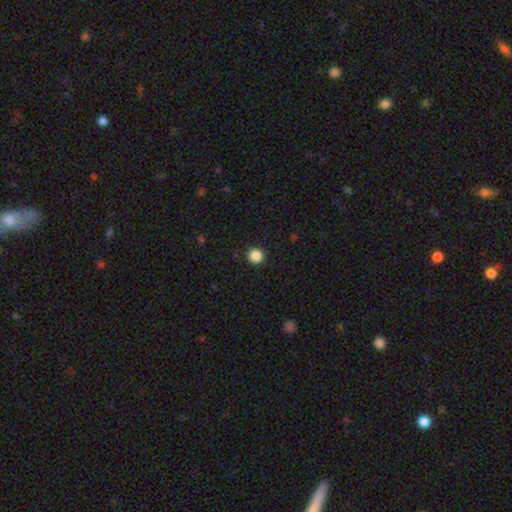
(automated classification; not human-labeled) Smooth or featured? smooth (87%)
How rounded? round (94%)
Merging? none (92%)